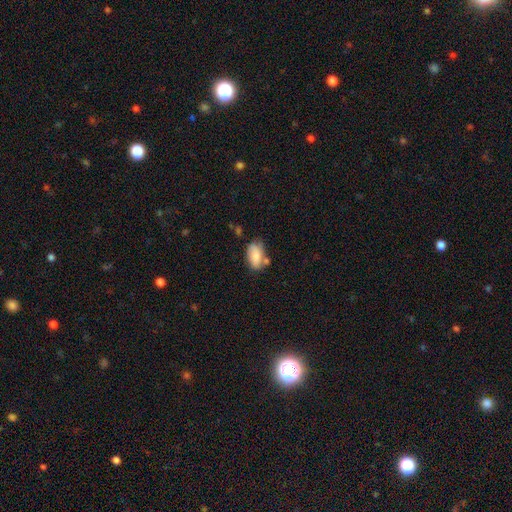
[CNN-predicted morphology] type=smooth (79%); roundness=in between (92%); merging=none (51%).